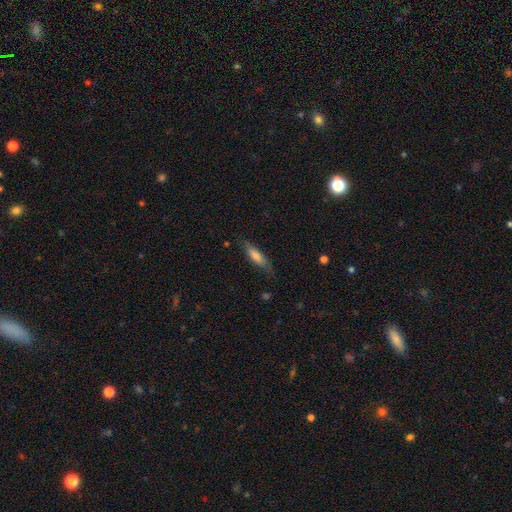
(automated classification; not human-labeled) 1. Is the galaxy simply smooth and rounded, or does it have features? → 62% smooth, 30% featured or disk, 8% star or artifact.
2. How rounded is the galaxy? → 67% cigar-shaped, 31% in between, 2% round.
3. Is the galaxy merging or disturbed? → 76% none, 18% minor disturbance, 5% major disturbance, 1% merger.